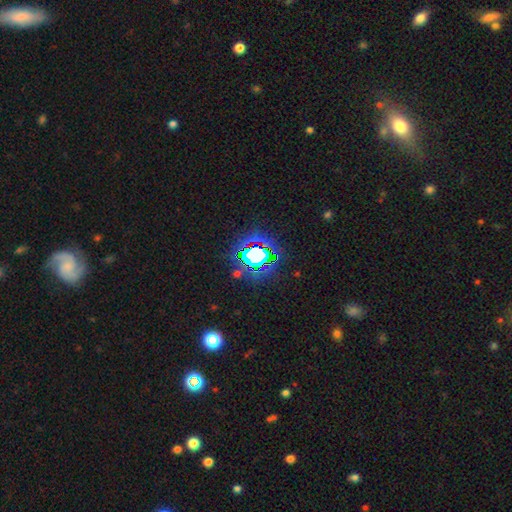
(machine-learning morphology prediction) smooth-or-featured: star or artifact: 66% | smooth: 21% | featured or disk: 13%